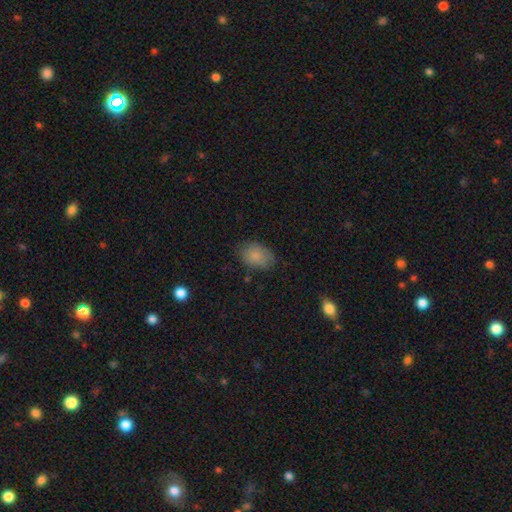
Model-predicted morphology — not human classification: The model was most divided on "merging": none: 74%, minor disturbance: 20%, major disturbance: 5%, merger: 2%. More confident: smooth or featured — smooth (83%); how rounded — in between (80%).